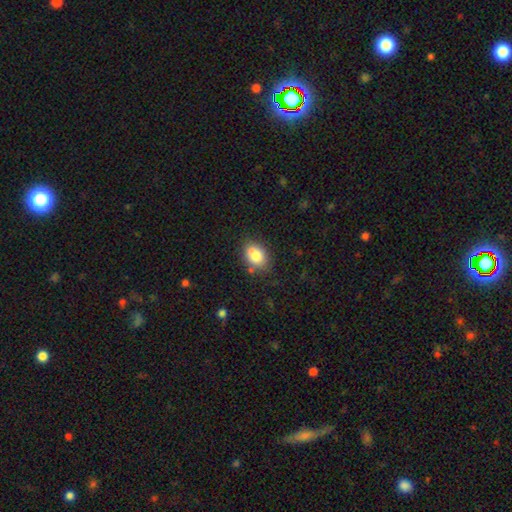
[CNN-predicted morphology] This is likely a smooth galaxy (77%). How rounded: likely in between (63%). Merging: likely none (62%).